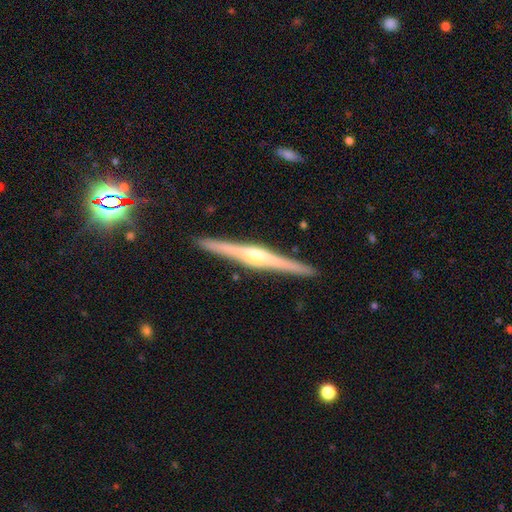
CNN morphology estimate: Smooth or featured? Predicted: featured or disk (p=0.83). Edge-on disk? Predicted: yes (p=0.99). Edge-on bulge? Predicted: rounded (p=0.83). Merging? Predicted: none (p=0.92).